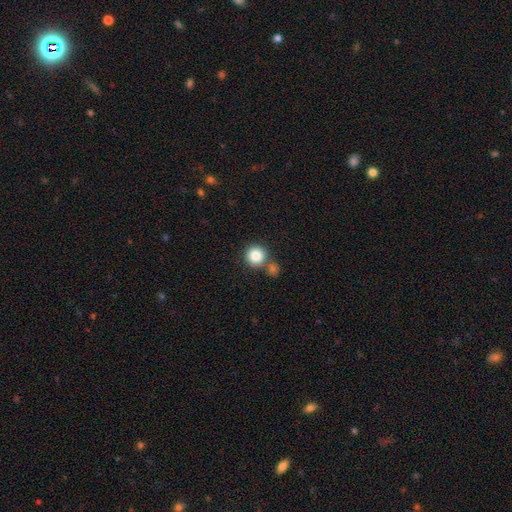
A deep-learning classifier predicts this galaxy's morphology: Smooth or featured?
  - smooth: 85% *
  - star or artifact: 9%
  - featured or disk: 6%
How rounded?
  - round: 93% *
  - in between: 6%
  - cigar-shaped: 1%
Merging?
  - none: 65% *
  - merger: 22%
  - minor disturbance: 9%
  - major disturbance: 3%